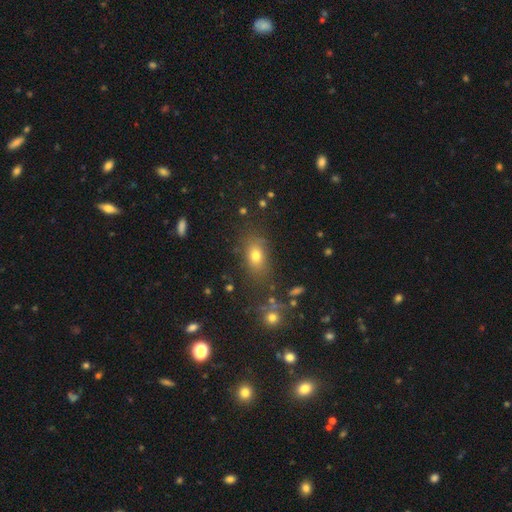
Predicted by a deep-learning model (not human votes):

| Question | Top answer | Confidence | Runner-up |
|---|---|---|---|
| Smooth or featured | smooth | 72% | star or artifact (16%) |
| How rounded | in between | 73% | round (23%) |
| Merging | none | 76% | minor disturbance (14%) |